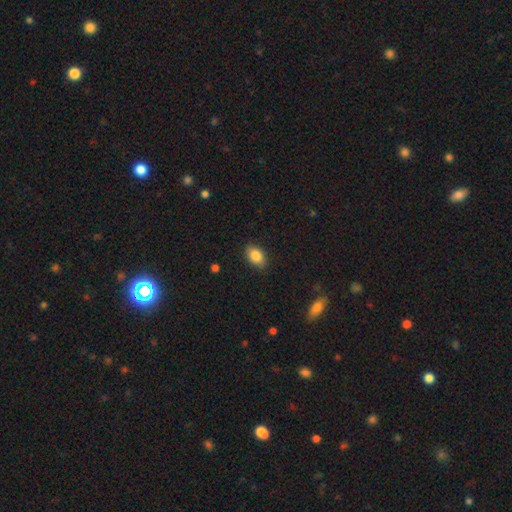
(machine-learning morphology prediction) The model was most divided on "merging": none: 87%, minor disturbance: 10%, major disturbance: 2%, merger: 1%. More confident: how rounded — in between (88%); smooth or featured — smooth (85%).